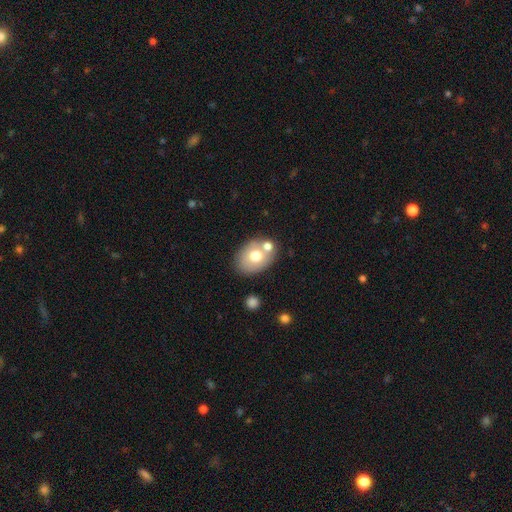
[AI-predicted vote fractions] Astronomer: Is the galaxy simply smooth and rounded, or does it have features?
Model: smooth — 68%.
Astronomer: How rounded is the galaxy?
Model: in between — 74%.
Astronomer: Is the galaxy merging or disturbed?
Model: none — 63%.